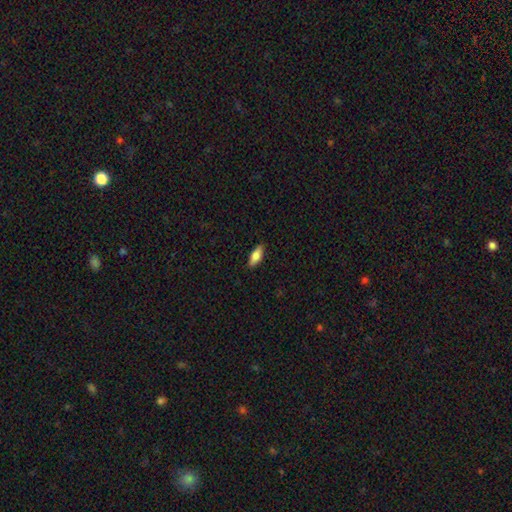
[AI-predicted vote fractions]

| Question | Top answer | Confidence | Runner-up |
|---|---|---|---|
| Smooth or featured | smooth | 75% | featured or disk (19%) |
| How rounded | in between | 70% | cigar-shaped (28%) |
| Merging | none | 88% | minor disturbance (9%) |